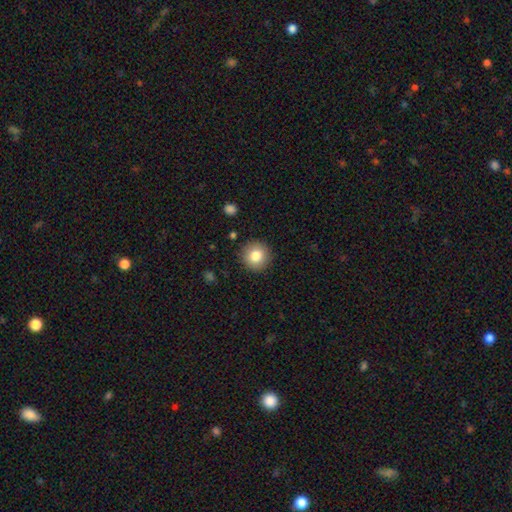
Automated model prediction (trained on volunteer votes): smooth_or_featured: smooth (p=0.81) [alt: star or artifact p=0.10]
how_rounded: round (p=0.94) [alt: in between p=0.05]
merging: none (p=0.91) [alt: minor disturbance p=0.06]